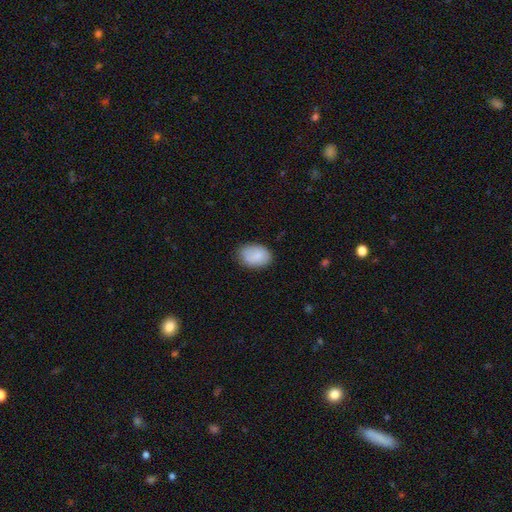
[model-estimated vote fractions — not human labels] A smooth galaxy with no disk features (82%) that is in between round and cigar-shaped (82%).

Vote fractions:
- Smooth or featured? smooth: 82% / featured or disk: 11% / star or artifact: 7%
- How rounded? in between: 82% / round: 17% / cigar-shaped: 1%
- Merging? none: 72% / minor disturbance: 21% / major disturbance: 4% / merger: 2%